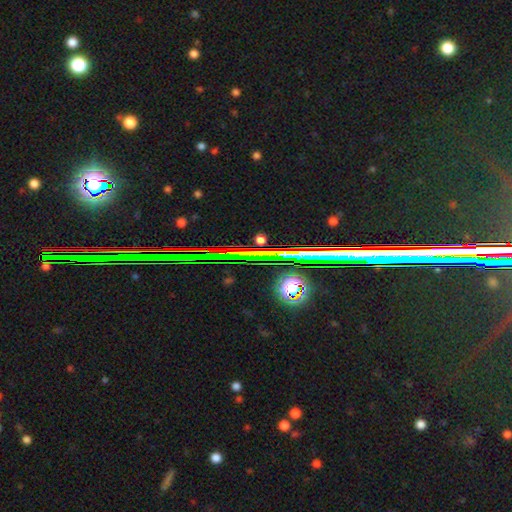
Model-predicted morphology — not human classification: Smooth or featured: star or artifact — 77% (featured or disk — 14%)